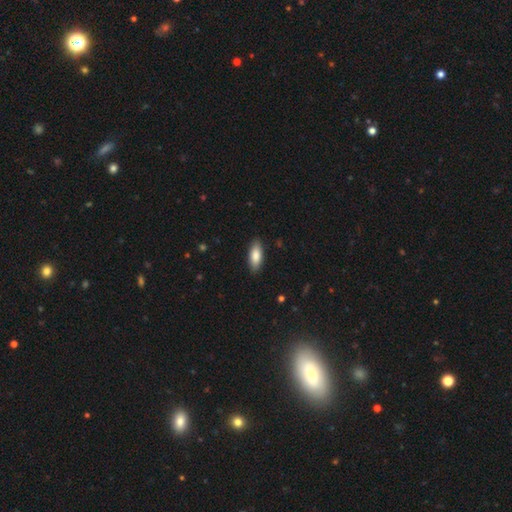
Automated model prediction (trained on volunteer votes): Smooth or featured? Predicted: smooth (p=0.85). How rounded? Predicted: in between (p=0.79). Merging? Predicted: none (p=0.88).